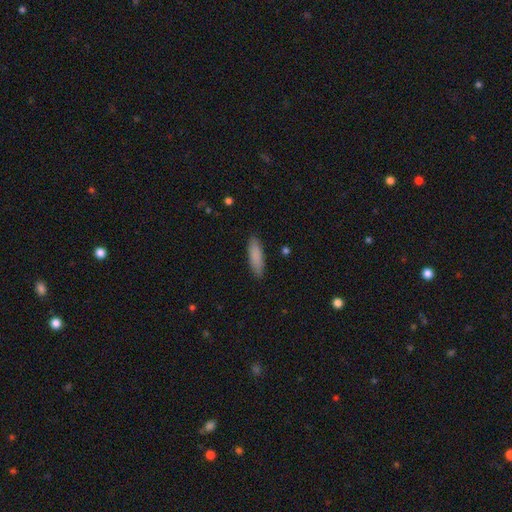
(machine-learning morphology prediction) Smooth or featured? Predicted: smooth (p=0.86). How rounded? Predicted: cigar-shaped (p=0.60). Merging? Predicted: none (p=0.87).